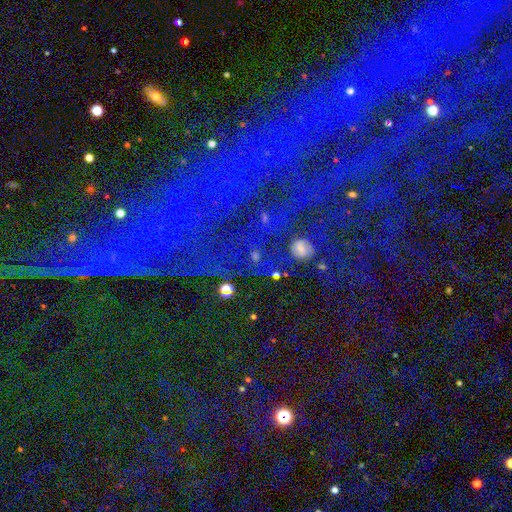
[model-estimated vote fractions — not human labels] This appears to be a star or artifact, not a galaxy (85%).